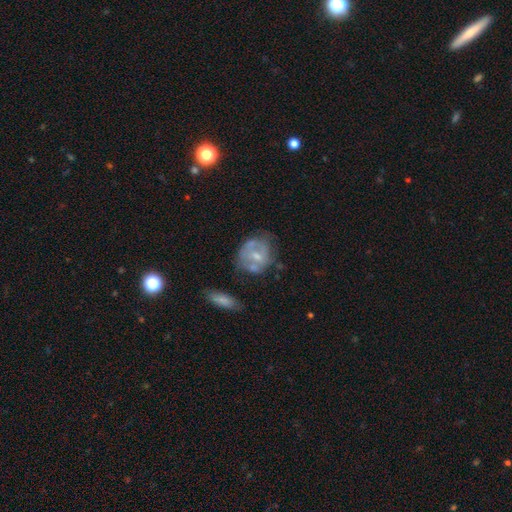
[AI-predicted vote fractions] Smooth or featured? Predicted: featured or disk (p=0.50). Merging? Predicted: none (p=0.42).